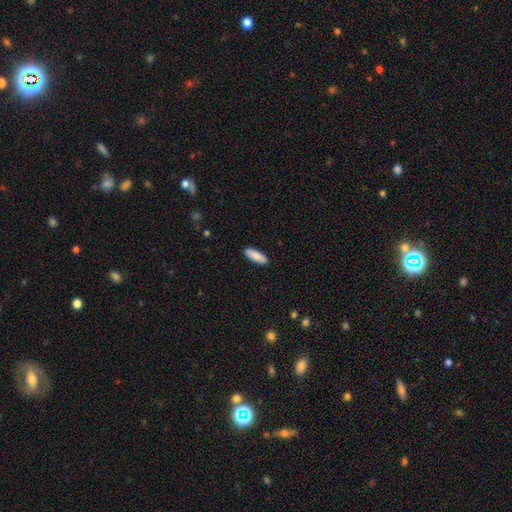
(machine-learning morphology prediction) smooth_or_featured: smooth (p=0.85) [alt: featured or disk p=0.10]
how_rounded: in between (p=0.56) [alt: cigar-shaped p=0.42]
merging: none (p=0.90) [alt: minor disturbance p=0.08]